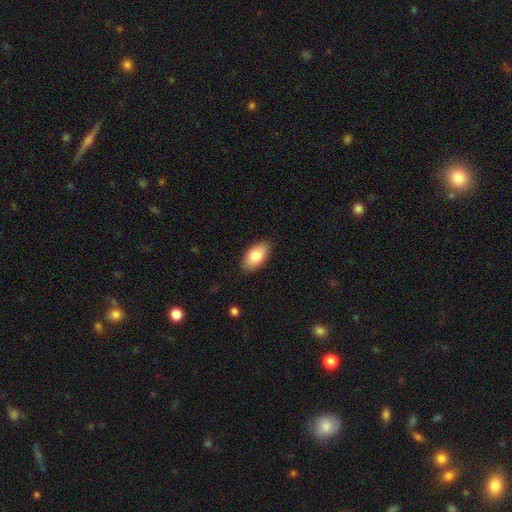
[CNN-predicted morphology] smooth 82%, featured or disk 12%, star or artifact 6%. Down the decision tree: how rounded — in between (94%); merging — none (88%).